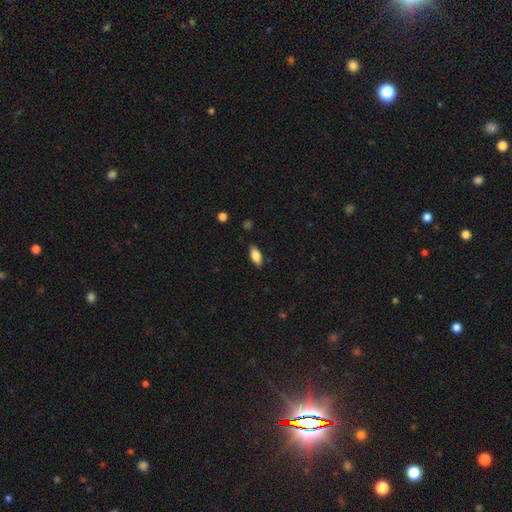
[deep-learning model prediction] This appears to be a smooth galaxy with no disk features (82%) that is in between round and cigar-shaped (87%). Merging: none (86%).